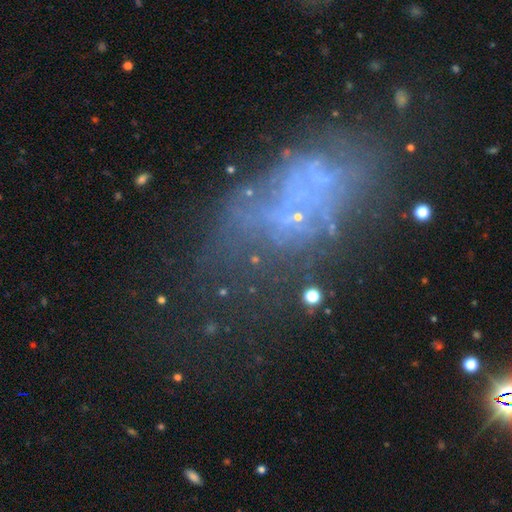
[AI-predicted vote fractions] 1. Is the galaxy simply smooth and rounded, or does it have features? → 44% featured or disk, 30% star or artifact, 27% smooth.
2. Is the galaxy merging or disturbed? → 36% none, 33% major disturbance, 18% minor disturbance, 13% merger.